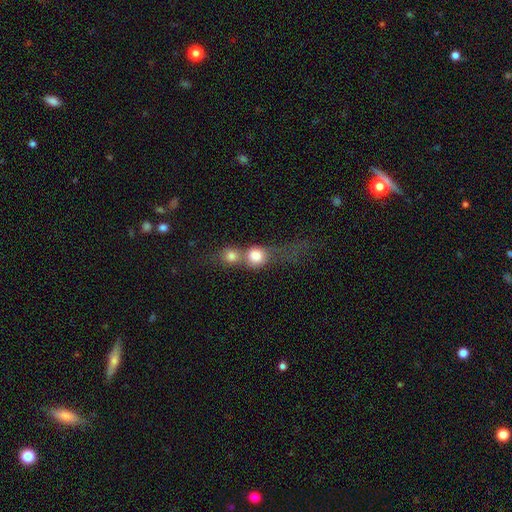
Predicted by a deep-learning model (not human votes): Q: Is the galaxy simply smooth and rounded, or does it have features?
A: smooth — 74%.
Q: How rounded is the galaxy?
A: round — 80%.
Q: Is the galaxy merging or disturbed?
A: merger — 71%.